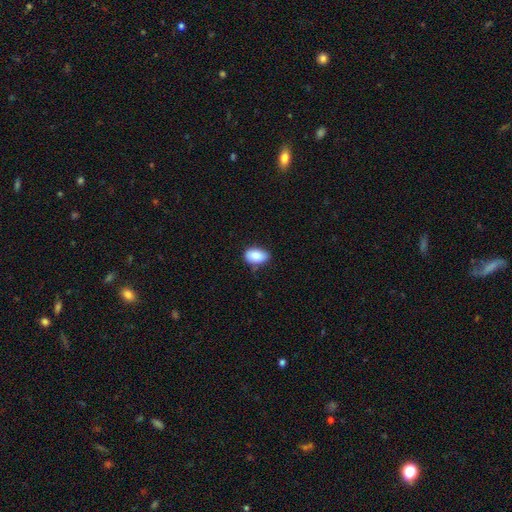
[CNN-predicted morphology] Smooth or featured?
  - smooth: 85% *
  - star or artifact: 7%
  - featured or disk: 7%
How rounded?
  - in between: 88% *
  - round: 10%
  - cigar-shaped: 1%
Merging?
  - none: 63% *
  - minor disturbance: 30%
  - major disturbance: 5%
  - merger: 2%